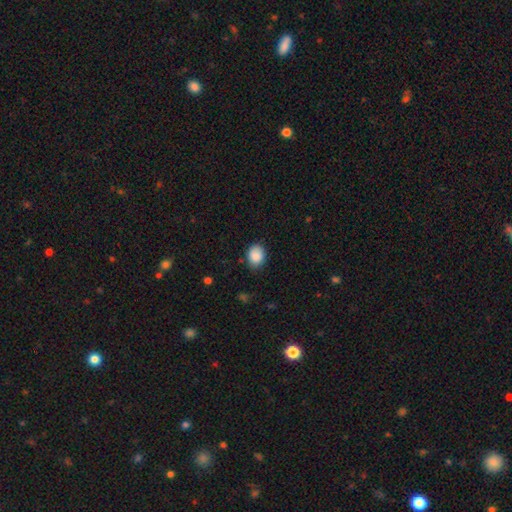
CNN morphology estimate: A smooth galaxy with no disk features (88%) that is in between round and cigar-shaped (57%).

Vote fractions:
- Smooth or featured? smooth: 88% / star or artifact: 8% / featured or disk: 4%
- How rounded? in between: 57% / round: 42% / cigar-shaped: 1%
- Merging? none: 78% / minor disturbance: 18% / major disturbance: 3% / merger: 1%